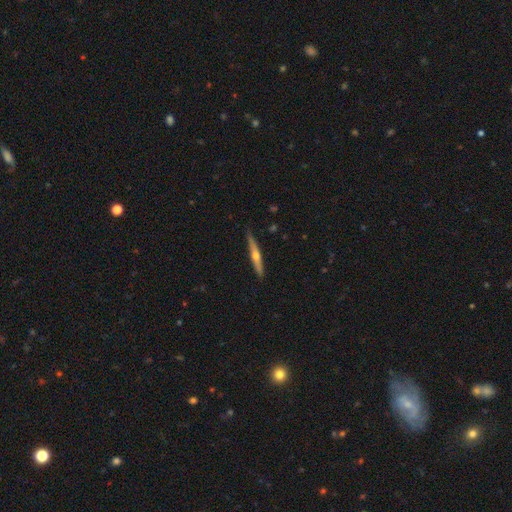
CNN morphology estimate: A featured or disk galaxy (67%) viewed edge-on (97%) with a rounded central bulge (90%).

Vote fractions:
- Smooth or featured? featured or disk: 67% / smooth: 28% / star or artifact: 6%
- Edge-on disk? yes: 97% / no: 3%
- Edge-on bulge? rounded: 90% / none: 7% / boxy: 3%
- Merging? none: 87% / minor disturbance: 10% / major disturbance: 2% / merger: 1%